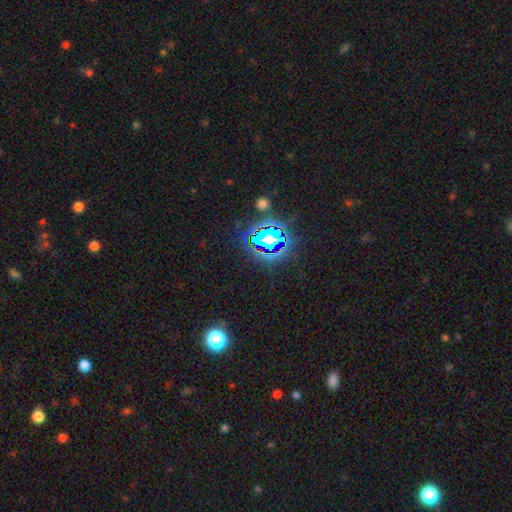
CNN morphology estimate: A star or artifact, not a galaxy (82%).

Vote fractions:
- Smooth or featured? star or artifact: 82% / smooth: 12% / featured or disk: 6%